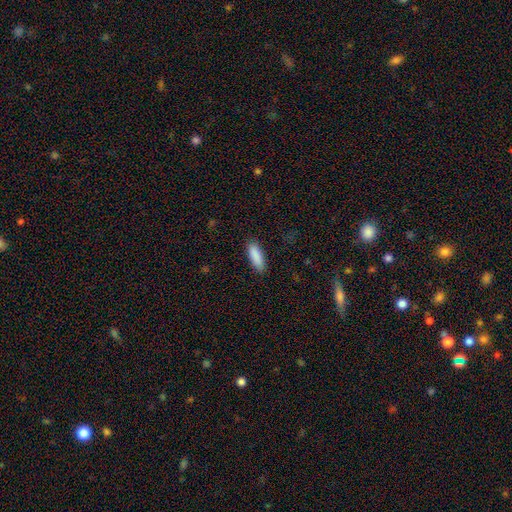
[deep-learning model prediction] The model was most divided on "how rounded": in between: 59%, cigar-shaped: 40%, round: 2%. More confident: smooth or featured — smooth (89%); merging — none (87%).